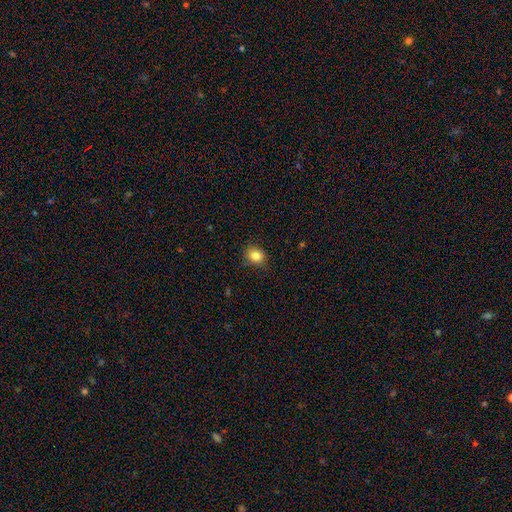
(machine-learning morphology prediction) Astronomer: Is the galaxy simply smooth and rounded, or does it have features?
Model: smooth — 84%.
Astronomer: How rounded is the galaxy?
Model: round — 61% (runner-up: in between, 38%).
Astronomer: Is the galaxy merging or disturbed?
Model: none — 85%.